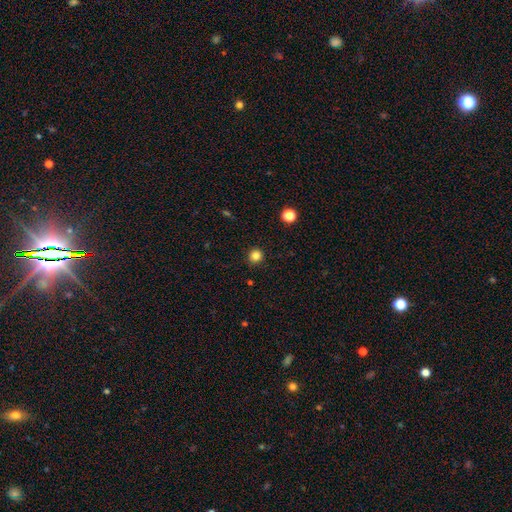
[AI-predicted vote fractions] smooth 83%, star or artifact 13%, featured or disk 4%. Down the decision tree: how rounded — round (93%); merging — none (91%).